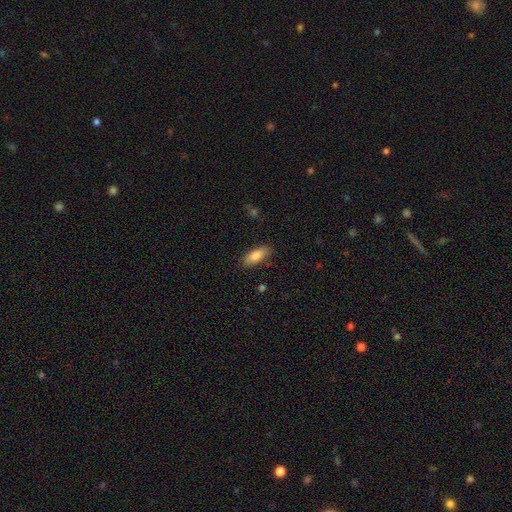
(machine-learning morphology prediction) Smooth or featured? Predicted: smooth (p=0.84). How rounded? Predicted: in between (p=0.78). Merging? Predicted: none (p=0.83).